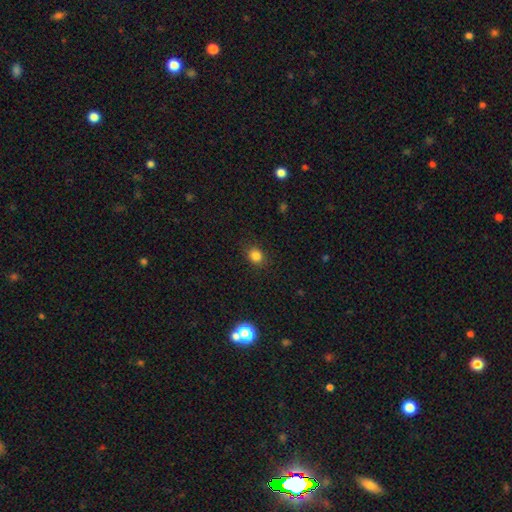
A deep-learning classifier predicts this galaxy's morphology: A smooth galaxy with no disk features (83%) that is round (66%).

Vote fractions:
- Smooth or featured? smooth: 83% / star or artifact: 13% / featured or disk: 5%
- How rounded? round: 66% / in between: 33% / cigar-shaped: 1%
- Merging? none: 87% / minor disturbance: 9% / major disturbance: 3% / merger: 1%